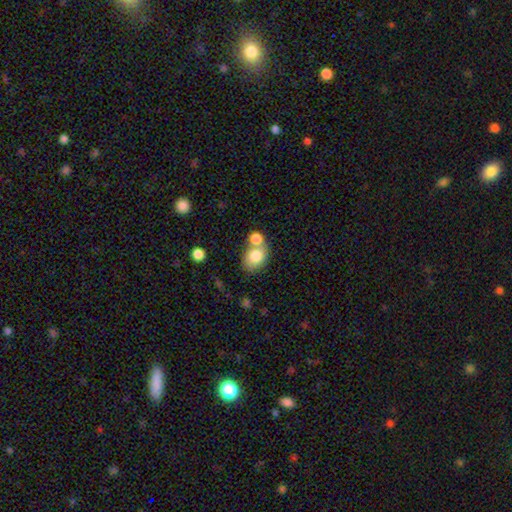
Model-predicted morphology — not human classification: Smooth or featured: smooth — 79% (featured or disk — 13%)
How rounded: in between — 61% (round — 38%)
Merging: none — 43% (merger — 42%)